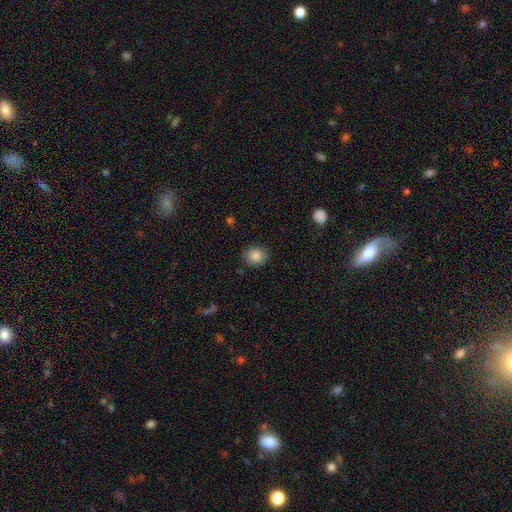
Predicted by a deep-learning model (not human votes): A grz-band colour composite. It shows a smooth galaxy with no disk features (86%) that is round (73%). Merging: none (85%).